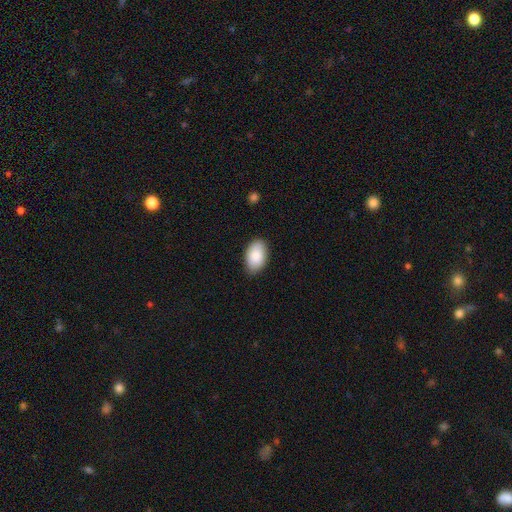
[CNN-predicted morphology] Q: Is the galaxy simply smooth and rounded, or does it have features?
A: smooth — 88%.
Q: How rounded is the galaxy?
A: in between — 93%.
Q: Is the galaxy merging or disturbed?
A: none — 85%.